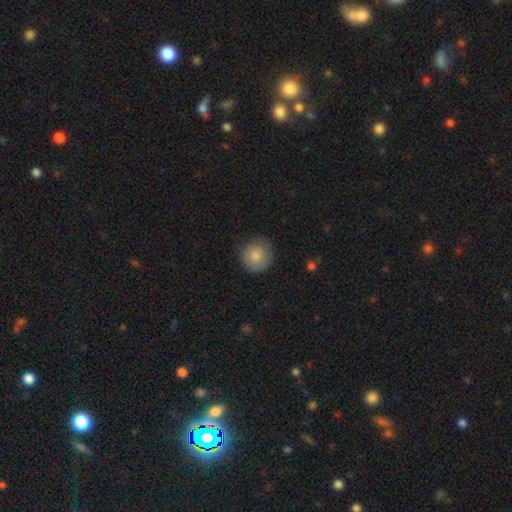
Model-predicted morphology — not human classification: A smooth galaxy with no disk features (78%) that is round (91%).

Vote fractions:
- Smooth or featured? smooth: 78% / featured or disk: 15% / star or artifact: 7%
- How rounded? round: 91% / in between: 8% / cigar-shaped: 1%
- Merging? none: 75% / minor disturbance: 19% / major disturbance: 5% / merger: 1%